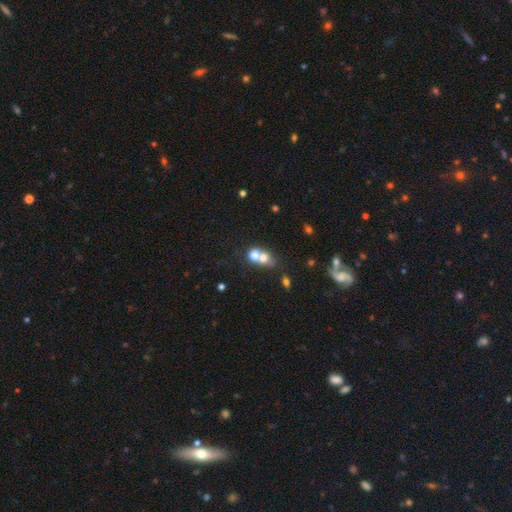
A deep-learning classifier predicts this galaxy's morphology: This appears to be a smooth galaxy with no disk features (68%) that is round (66%). Merging: merger (63%).